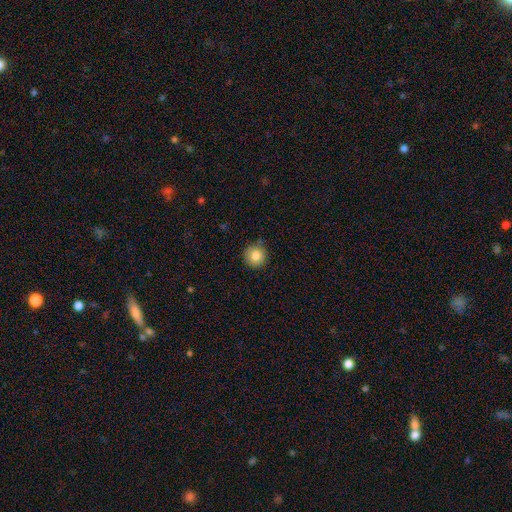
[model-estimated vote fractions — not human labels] A smooth galaxy with no disk features (82%) that is round (95%).

Vote fractions:
- Smooth or featured? smooth: 82% / star or artifact: 10% / featured or disk: 8%
- How rounded? round: 95% / in between: 4% / cigar-shaped: 1%
- Merging? none: 87% / minor disturbance: 10% / major disturbance: 2% / merger: 1%